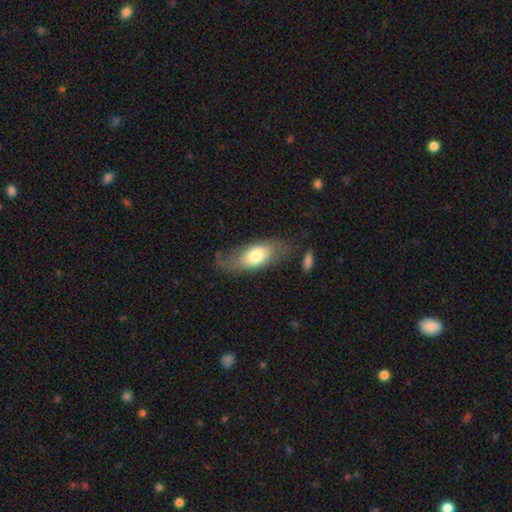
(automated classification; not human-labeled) smooth_or_featured: smooth (p=0.62) [alt: featured or disk p=0.31]
how_rounded: in between (p=0.84) [alt: cigar-shaped p=0.11]
merging: none (p=0.56) [alt: minor disturbance p=0.23]